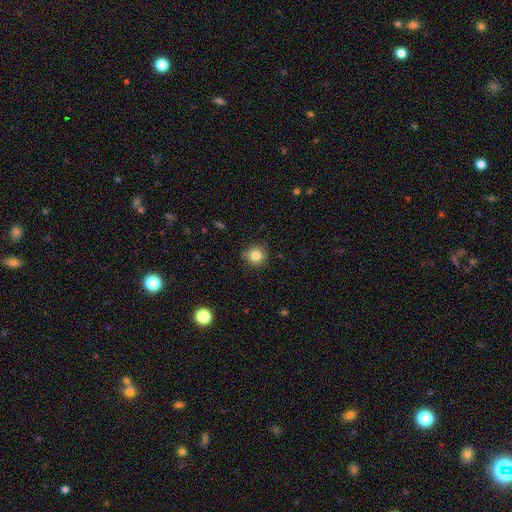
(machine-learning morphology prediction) smooth 83%, star or artifact 11%, featured or disk 6%. Down the decision tree: how rounded — round (93%); merging — none (83%).